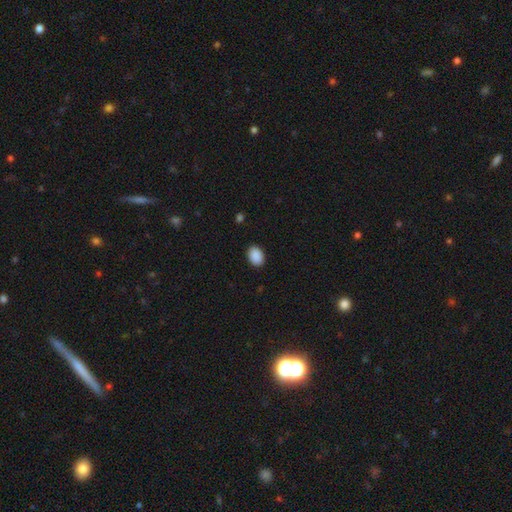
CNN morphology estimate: A smooth galaxy with no disk features (91%) that is in between round and cigar-shaped (82%).

Vote fractions:
- Smooth or featured? smooth: 91% / star or artifact: 7% / featured or disk: 2%
- How rounded? in between: 82% / round: 17% / cigar-shaped: 1%
- Merging? none: 90% / minor disturbance: 7% / major disturbance: 2% / merger: 1%